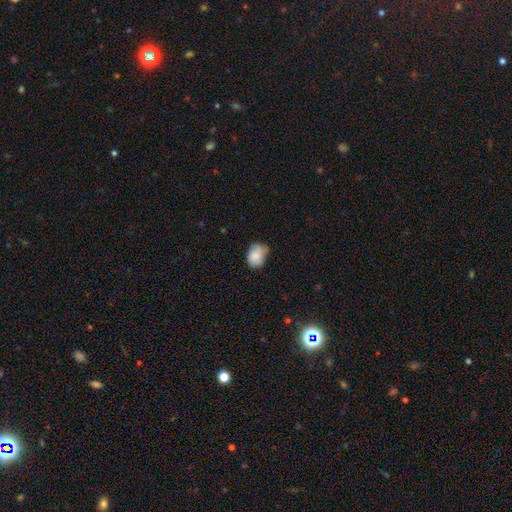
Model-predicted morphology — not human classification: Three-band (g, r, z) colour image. It shows a smooth galaxy with no disk features (80%) that is in between round and cigar-shaped (63%). Merging: none (62%).